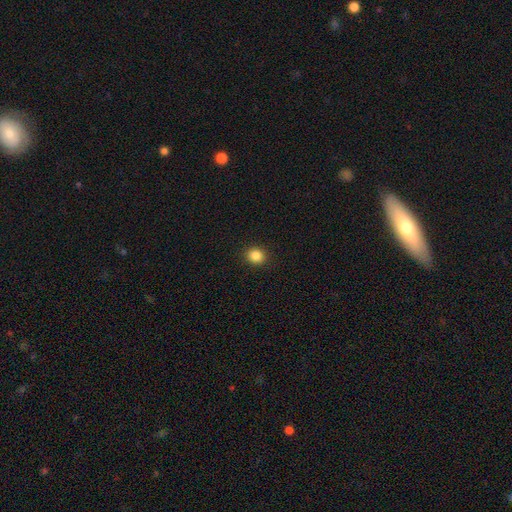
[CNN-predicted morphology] A smooth galaxy with no disk features (86%) that is round (75%).

Vote fractions:
- Smooth or featured? smooth: 86% / star or artifact: 10% / featured or disk: 4%
- How rounded? round: 75% / in between: 24% / cigar-shaped: 1%
- Merging? none: 92% / minor disturbance: 5% / major disturbance: 2% / merger: 1%